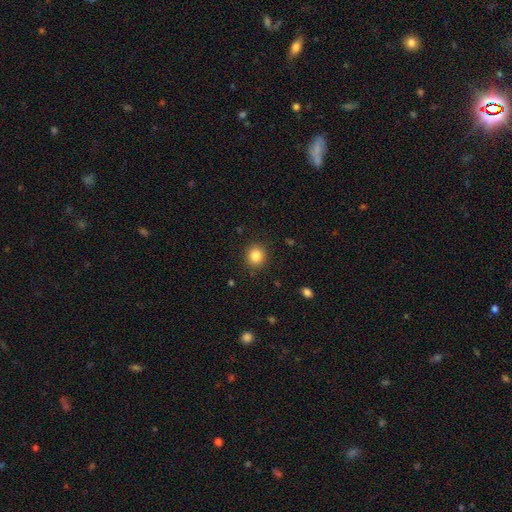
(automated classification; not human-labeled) This is clearly a smooth galaxy (85%). How rounded: clearly round (85%). Merging: clearly none (89%).